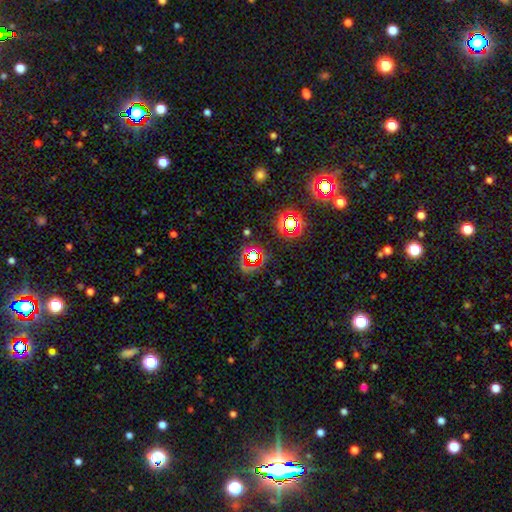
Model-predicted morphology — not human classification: Smooth or featured: star or artifact — 67% (smooth — 22%)